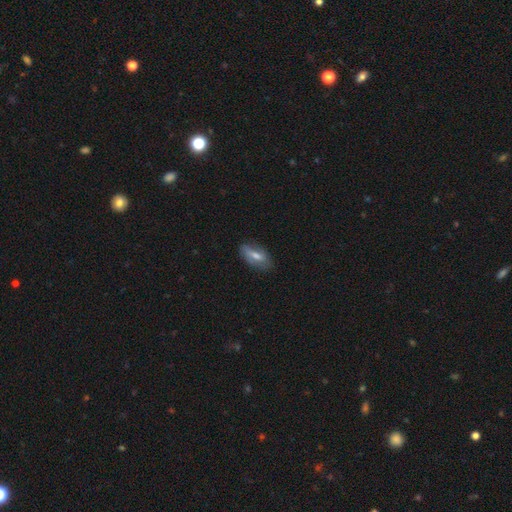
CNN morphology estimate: Q: Smooth or featured?
A: smooth (57%); runner-up: featured or disk (35%)
Q: How rounded?
A: in between (80%); runner-up: cigar-shaped (17%)
Q: Merging?
A: none (73%); runner-up: minor disturbance (20%)